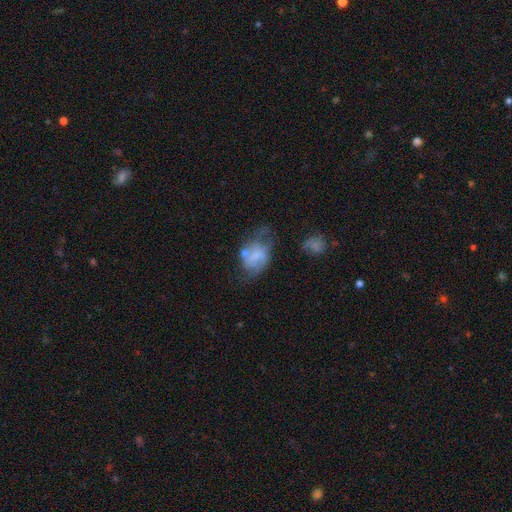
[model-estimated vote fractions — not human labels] smooth_or_featured: featured or disk (p=0.49) [alt: smooth p=0.41]
merging: none (p=0.33) [alt: major disturbance p=0.27]